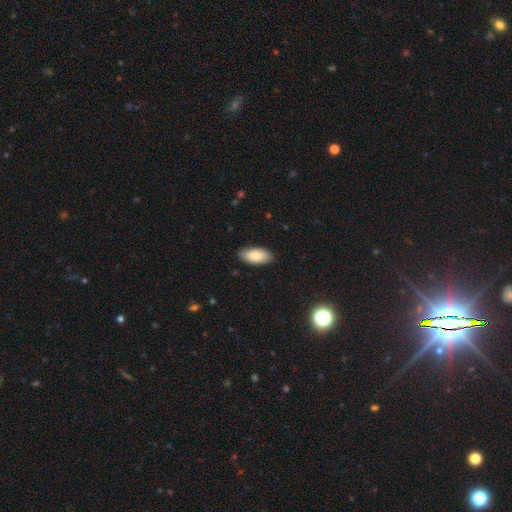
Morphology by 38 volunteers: A smooth galaxy with no disk features (84%) that is in between round and cigar-shaped (97%). Merging: none (91%).